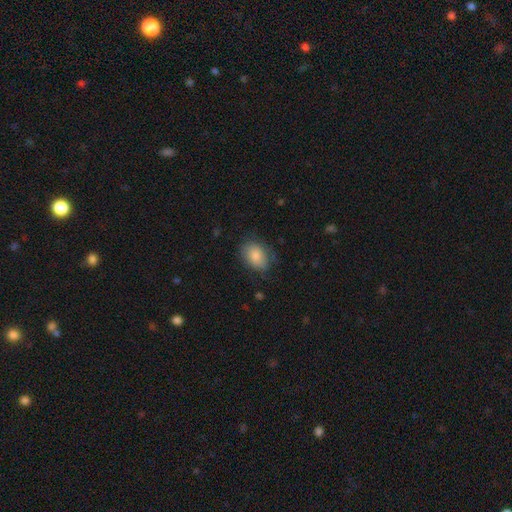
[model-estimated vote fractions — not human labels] A smooth galaxy with no disk features (84%) that is in between round and cigar-shaped (76%).

Vote fractions:
- Smooth or featured? smooth: 84% / featured or disk: 9% / star or artifact: 7%
- How rounded? in between: 76% / round: 23% / cigar-shaped: 1%
- Merging? none: 73% / minor disturbance: 20% / major disturbance: 6% / merger: 1%